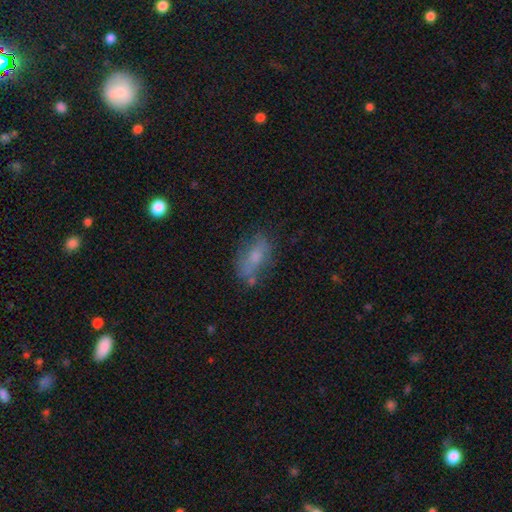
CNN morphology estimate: Smooth or featured: smooth — 59% (featured or disk — 30%)
How rounded: in between — 80% (cigar-shaped — 13%)
Merging: none — 59% (minor disturbance — 23%)